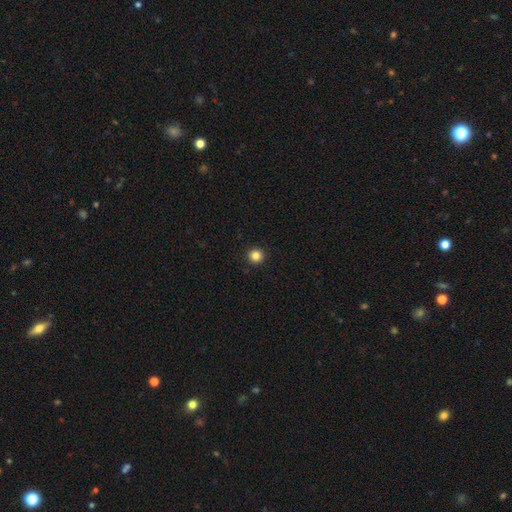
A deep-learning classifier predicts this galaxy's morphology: This appears to be a smooth galaxy with no disk features (84%) that is round (96%). Merging: none (94%).